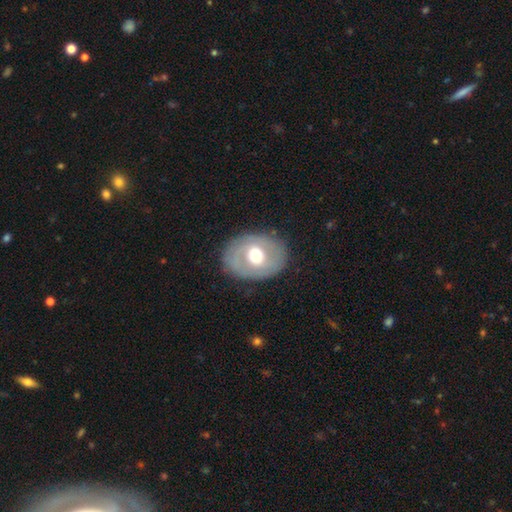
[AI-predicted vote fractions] Smooth or featured: featured or disk — 50% (smooth — 44%)
Merging: none — 81% (minor disturbance — 12%)